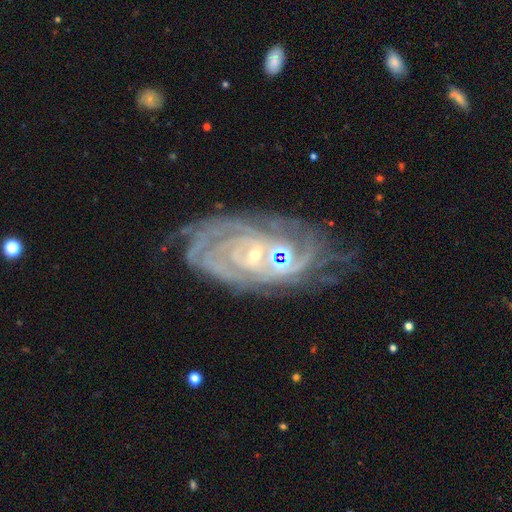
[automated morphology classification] smooth_or_featured: featured or disk (p=0.87) [alt: star or artifact p=0.08]
disk_edge_on: no (p=0.95) [alt: yes p=0.05]
bar: no (p=0.59) [alt: weak p=0.28]
has_spiral_arms: yes (p=0.96) [alt: no p=0.04]
spiral_winding: tight (p=0.79) [alt: medium p=0.17]
spiral_arm_count: can't tell (p=0.31) [alt: 2 p=0.17]
bulge_size: small (p=0.74) [alt: moderate p=0.20]
merging: none (p=0.61) [alt: minor disturbance p=0.19]